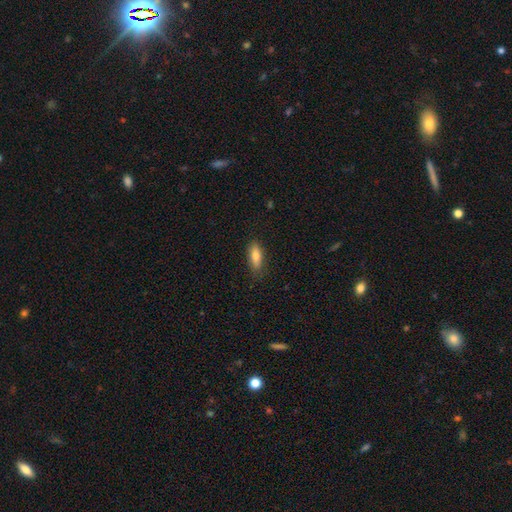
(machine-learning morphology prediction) smooth-or-featured: smooth: 80% | featured or disk: 13% | star or artifact: 7%
  how-rounded: in between: 72% | cigar-shaped: 26% | round: 3%
  merging: none: 81% | minor disturbance: 15% | major disturbance: 3% | merger: 1%